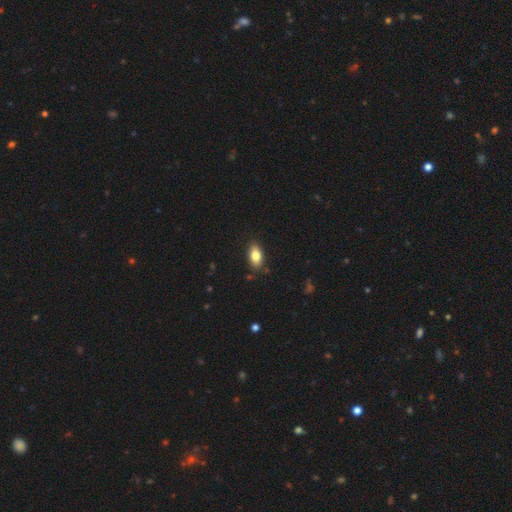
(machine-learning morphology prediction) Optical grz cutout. It shows a smooth galaxy with no disk features (82%) that is in between round and cigar-shaped (90%). Merging: none (85%).